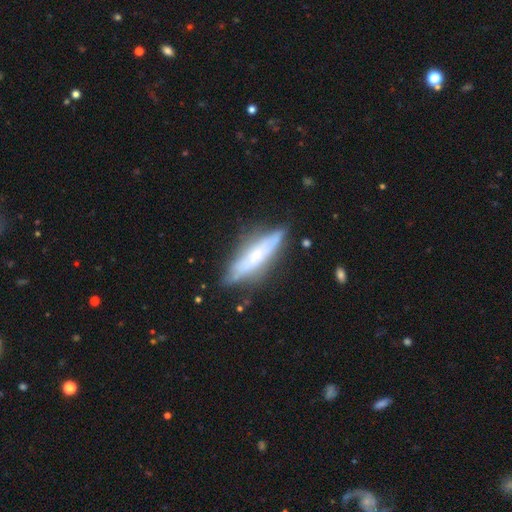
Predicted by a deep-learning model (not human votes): Smooth or featured?
  - featured or disk: 59% *
  - smooth: 34%
  - star or artifact: 7%
Edge-on disk?
  - yes: 77% *
  - no: 23%
Merging?
  - none: 74% *
  - minor disturbance: 19%
  - major disturbance: 5%
  - merger: 2%